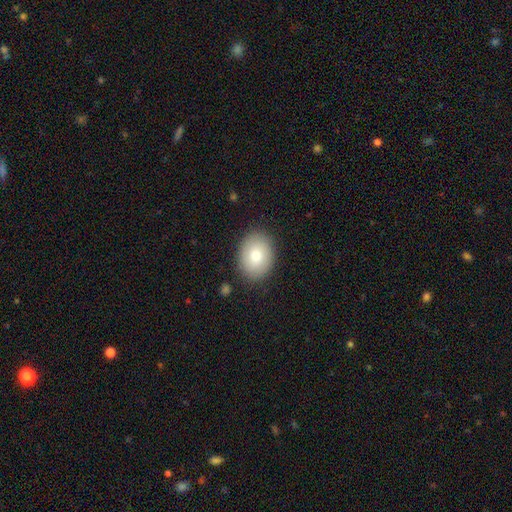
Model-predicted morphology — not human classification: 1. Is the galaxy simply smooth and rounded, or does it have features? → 78% smooth, 15% featured or disk, 8% star or artifact.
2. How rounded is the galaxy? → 58% in between, 41% round, 1% cigar-shaped.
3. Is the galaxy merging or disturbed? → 86% none, 10% minor disturbance, 3% major disturbance, 1% merger.